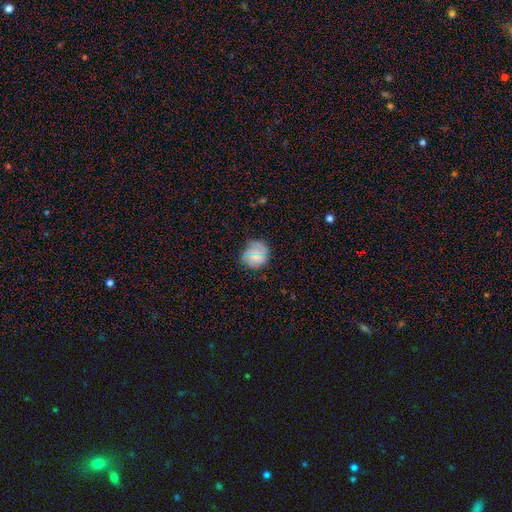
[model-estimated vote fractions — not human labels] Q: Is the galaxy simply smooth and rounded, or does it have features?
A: smooth — 69%.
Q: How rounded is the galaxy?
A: round — 84%.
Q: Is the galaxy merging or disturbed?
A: none — 75%.